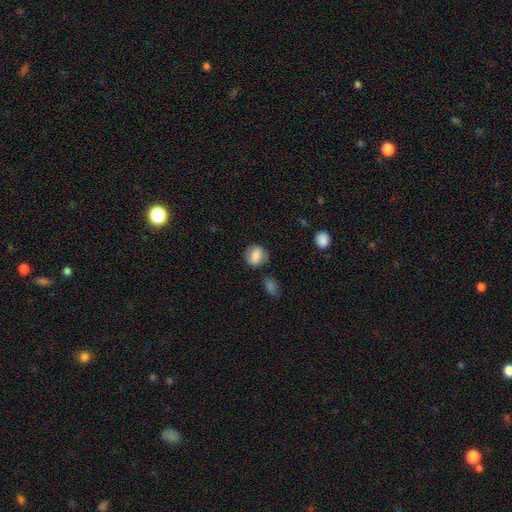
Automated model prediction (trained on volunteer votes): Q: Smooth or featured?
A: smooth (78%); runner-up: featured or disk (14%)
Q: How rounded?
A: round (60%); runner-up: in between (39%)
Q: Merging?
A: none (74%); runner-up: minor disturbance (16%)